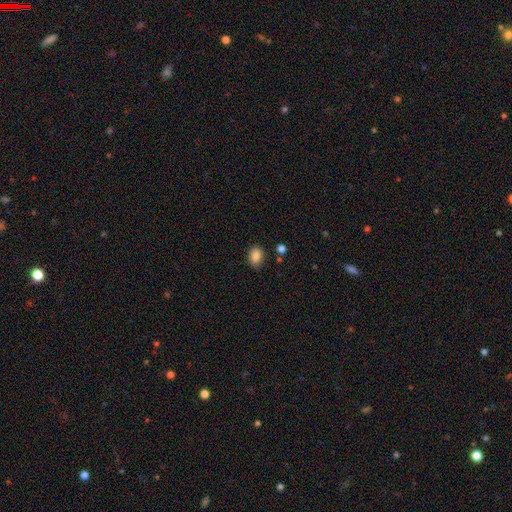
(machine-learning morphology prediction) smooth-or-featured: smooth: 85% | star or artifact: 9% | featured or disk: 5%
  how-rounded: in between: 66% | round: 33% | cigar-shaped: 1%
  merging: none: 81% | minor disturbance: 13% | major disturbance: 3% | merger: 3%